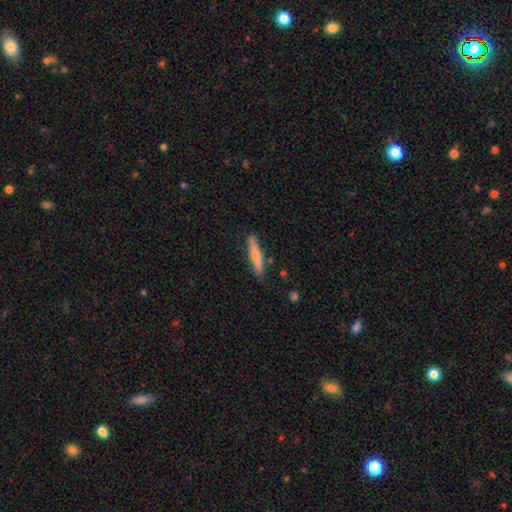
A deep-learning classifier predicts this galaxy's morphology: Smooth or featured? smooth (66%)
How rounded? cigar-shaped (90%)
Merging? none (84%)